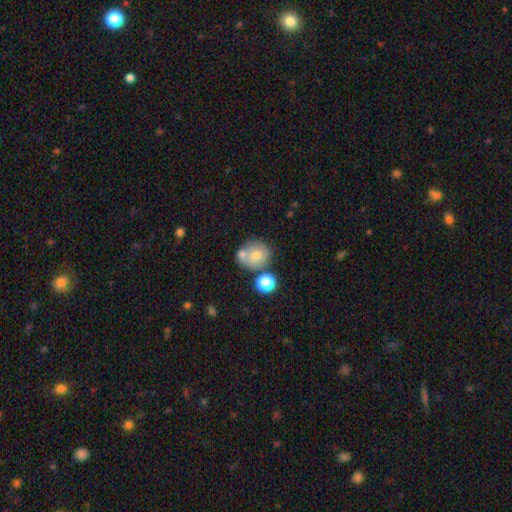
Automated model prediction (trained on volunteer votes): Morphology: type=smooth (67%); roundness=round (77%); merging=none (48%).